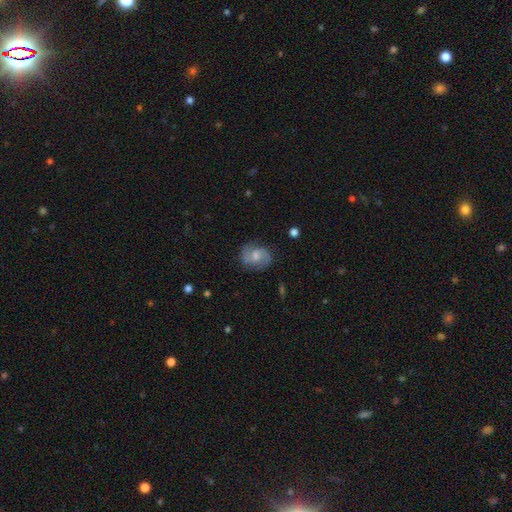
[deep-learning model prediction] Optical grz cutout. It shows a featured or disk galaxy (64%) with a weak bar (50%), 2 (86%) medium (49%) spiral arms (90%) and a moderate central bulge (45%). Merging: none (72%).